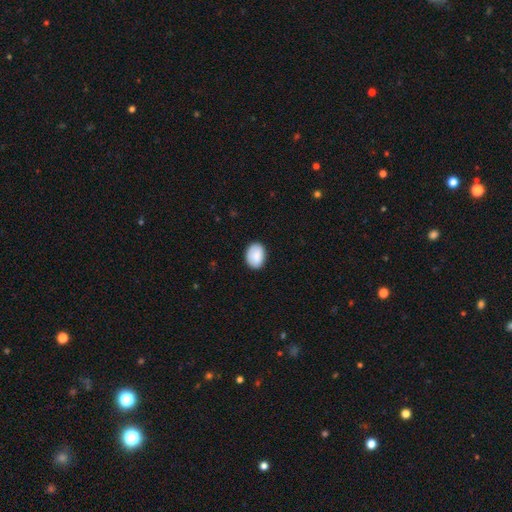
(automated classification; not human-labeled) This is clearly a smooth galaxy (87%). How rounded: likely in between (76%). Merging: clearly none (83%).